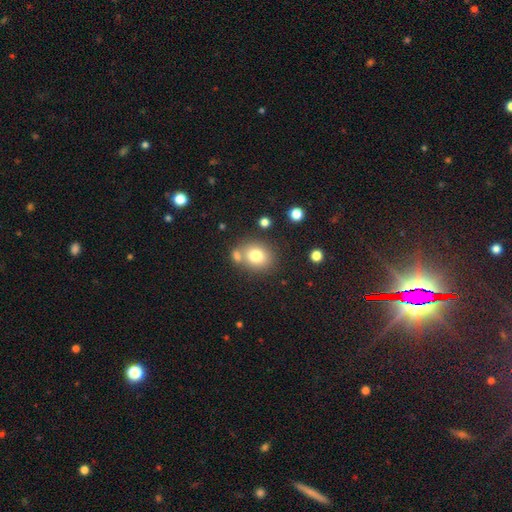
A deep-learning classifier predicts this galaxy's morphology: This appears to be a smooth galaxy with no disk features (77%) that is round (64%). Merging: none (62%).